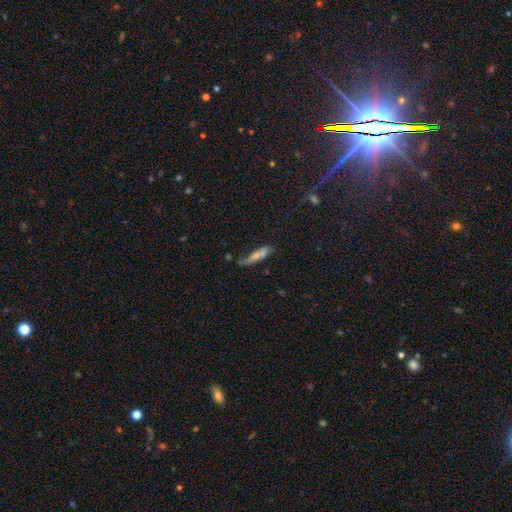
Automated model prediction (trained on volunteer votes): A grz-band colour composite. It shows a smooth galaxy with no disk features (55%) that is cigar-shaped (76%). Merging: none (52%).